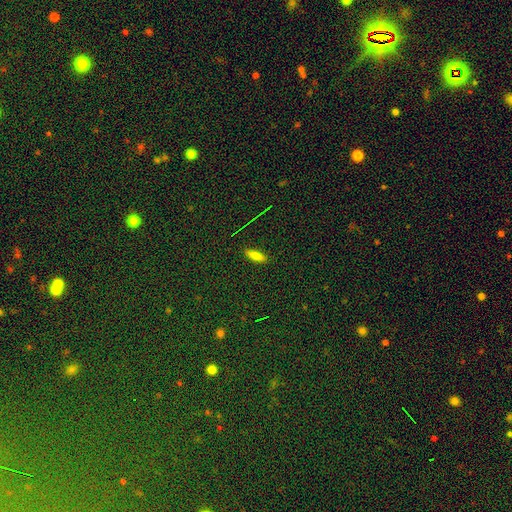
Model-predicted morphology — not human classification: smooth-or-featured: smooth: 72% | star or artifact: 17% | featured or disk: 11%
  how-rounded: in between: 49% | cigar-shaped: 47% | round: 4%
  merging: none: 88% | minor disturbance: 9% | major disturbance: 2% | merger: 1%